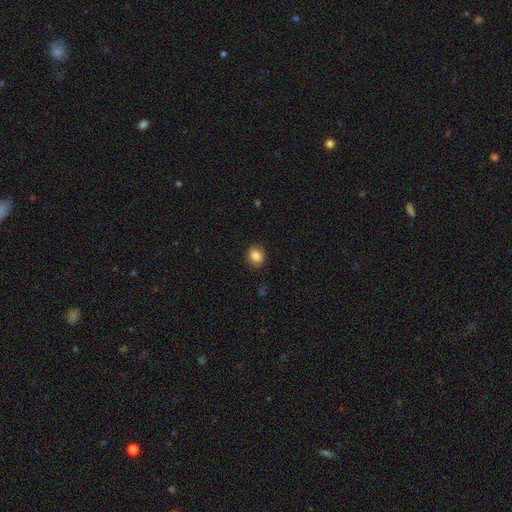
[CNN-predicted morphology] Smooth or featured? smooth (85%)
How rounded? in between (50%)
Merging? none (84%)